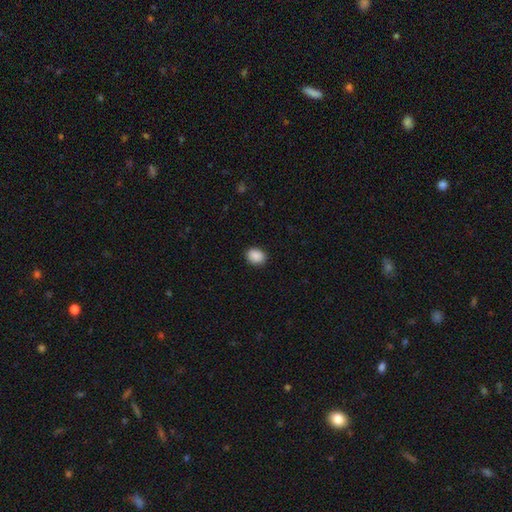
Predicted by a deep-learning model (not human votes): Smooth or featured? Predicted: smooth (p=0.89). How rounded? Predicted: in between (p=0.57). Merging? Predicted: none (p=0.90).